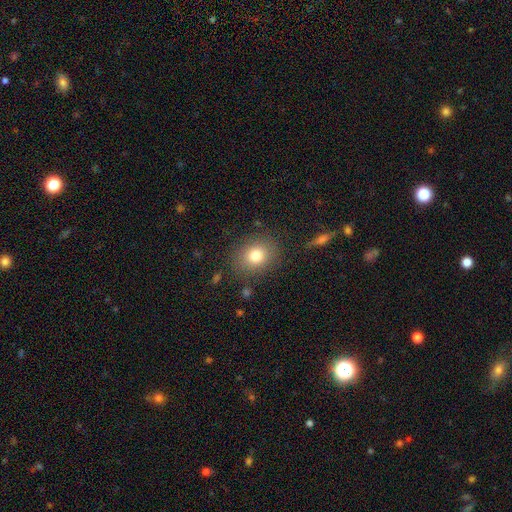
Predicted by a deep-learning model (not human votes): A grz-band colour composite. It shows a smooth galaxy with no disk features (79%) that is round (61%). Merging: none (84%).